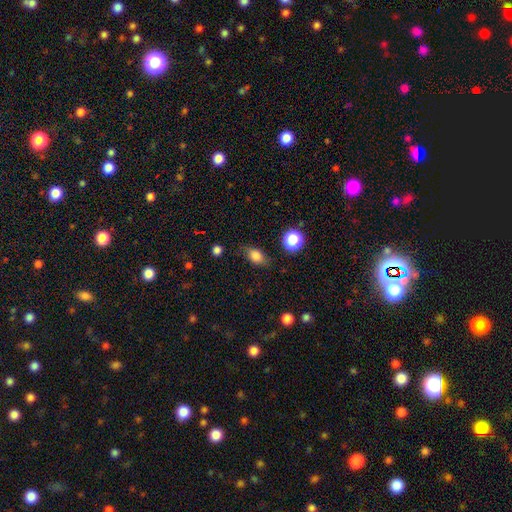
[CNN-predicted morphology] Smooth or featured? smooth (80%)
How rounded? in between (75%)
Merging? none (74%)